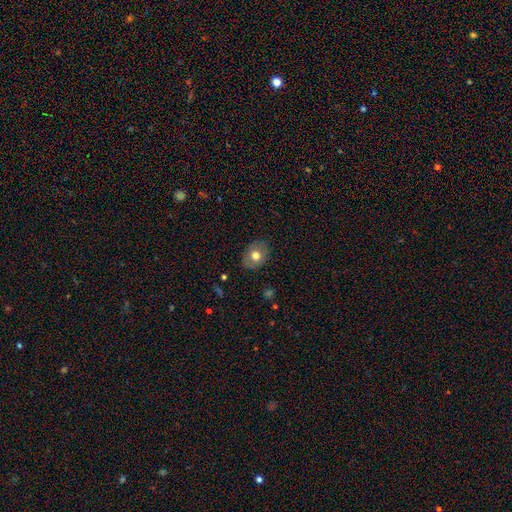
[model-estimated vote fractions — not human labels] This is likely a smooth galaxy (69%). How rounded: possibly in between (57%). Merging: clearly none (84%).